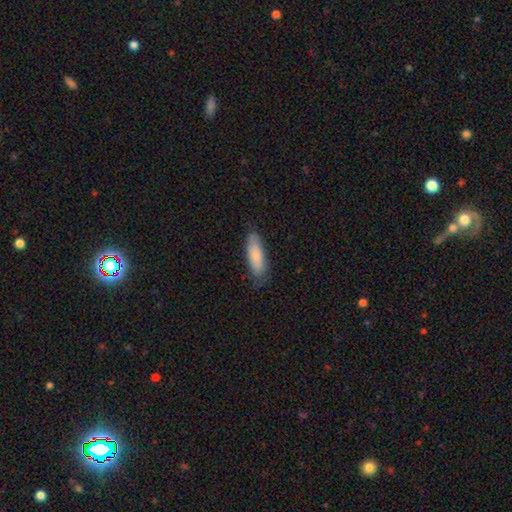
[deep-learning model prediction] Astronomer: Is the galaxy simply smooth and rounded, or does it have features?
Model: smooth — 83%.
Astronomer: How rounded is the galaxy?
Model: in between — 50% (runner-up: cigar-shaped, 48%).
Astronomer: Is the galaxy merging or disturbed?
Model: none — 76%.